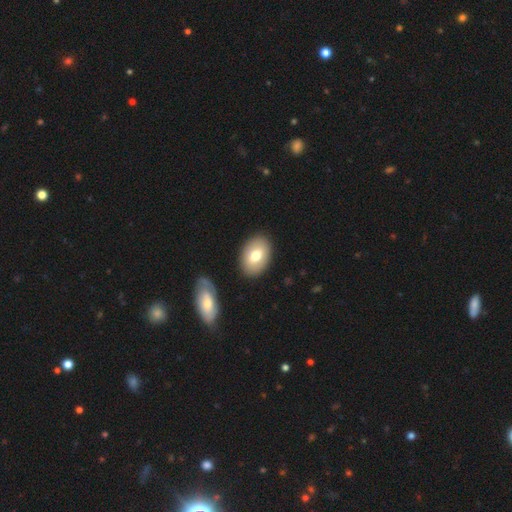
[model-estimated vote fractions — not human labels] Q: Smooth or featured?
A: smooth (71%); runner-up: featured or disk (22%)
Q: How rounded?
A: in between (86%); runner-up: round (13%)
Q: Merging?
A: none (86%); runner-up: minor disturbance (9%)